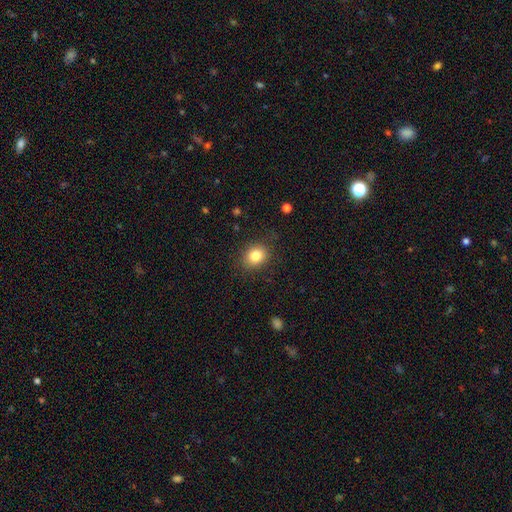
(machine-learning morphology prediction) Overall: smooth (82%). How rounded: round (56%; in between 43%). Merging: none (85%).